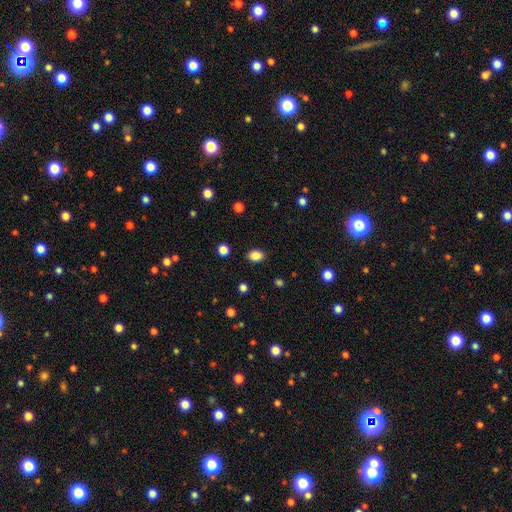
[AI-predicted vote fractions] smooth_or_featured: smooth (p=0.86) [alt: star or artifact p=0.10]
how_rounded: in between (p=0.71) [alt: round p=0.28]
merging: none (p=0.88) [alt: minor disturbance p=0.08]